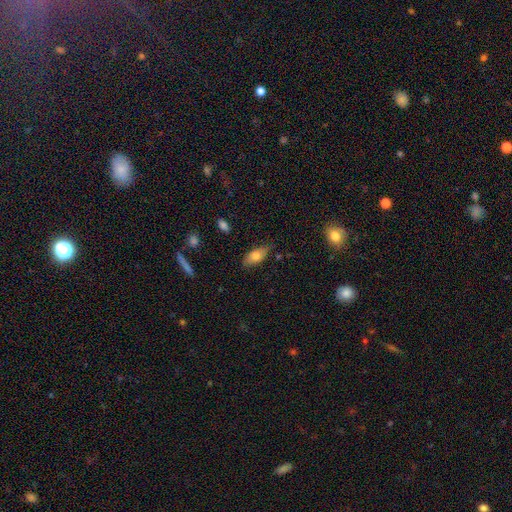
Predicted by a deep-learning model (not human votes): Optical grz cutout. It shows a smooth galaxy with no disk features (68%) that is in between round and cigar-shaped (84%). Merging: none (74%).